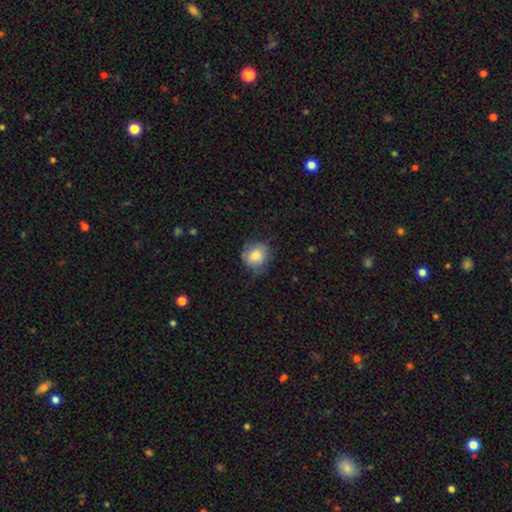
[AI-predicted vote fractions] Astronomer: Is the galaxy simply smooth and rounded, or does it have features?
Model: smooth — 79%.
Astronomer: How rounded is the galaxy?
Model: round — 77%.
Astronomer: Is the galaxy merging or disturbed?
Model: none — 62%.